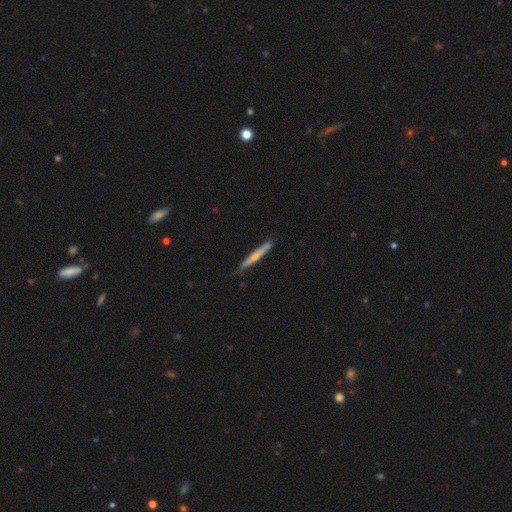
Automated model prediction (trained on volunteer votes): Overall: smooth (49%; featured or disk 46%). Merging: none (76%).